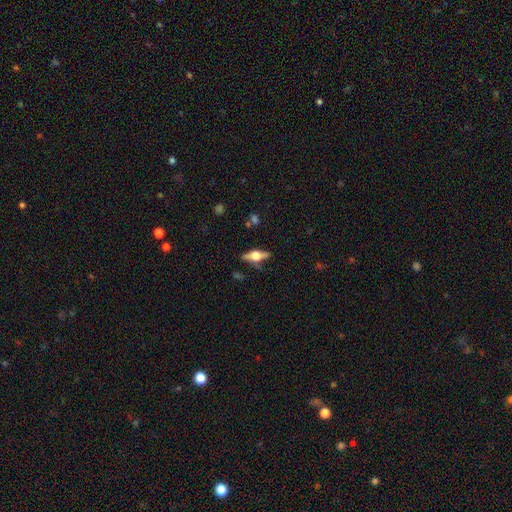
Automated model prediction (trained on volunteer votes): Smooth or featured: featured or disk — 62% (smooth — 31%)
Edge-on disk: yes — 93% (no — 7%)
Edge-on bulge: rounded — 93% (boxy — 6%)
Merging: none — 76% (minor disturbance — 15%)